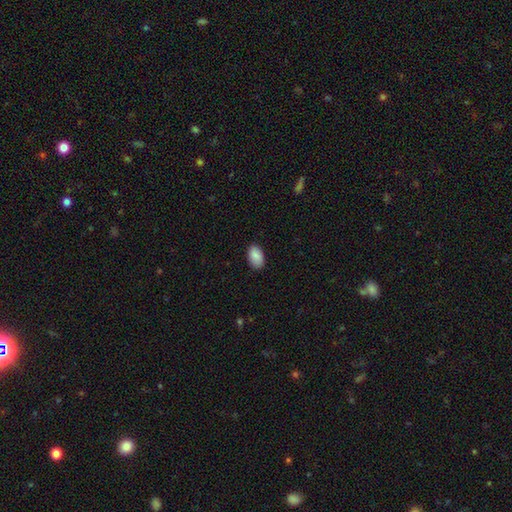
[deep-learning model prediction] Smooth or featured? Predicted: smooth (p=0.88). How rounded? Predicted: in between (p=0.92). Merging? Predicted: none (p=0.86).